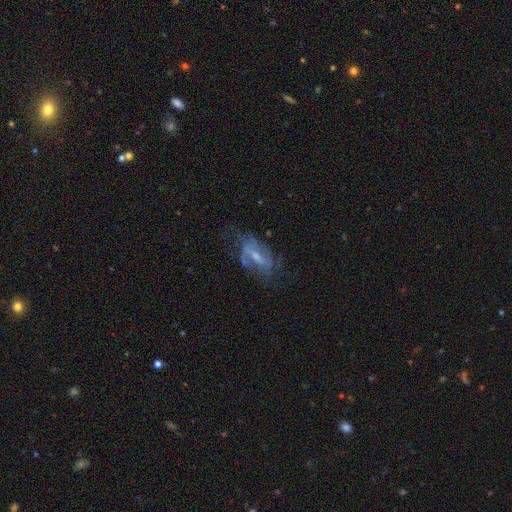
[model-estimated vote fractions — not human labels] This is likely a featured or disk galaxy (75%). It is clearly not viewed edge-on (92%). Bar: marginally weak (44%). Spiral arm pattern: clearly yes (81%). Spiral arm count: possibly 2 (55%). Spiral winding: marginally medium (42%). Central bulge: possibly small (52%). Merging: possibly none (53%).